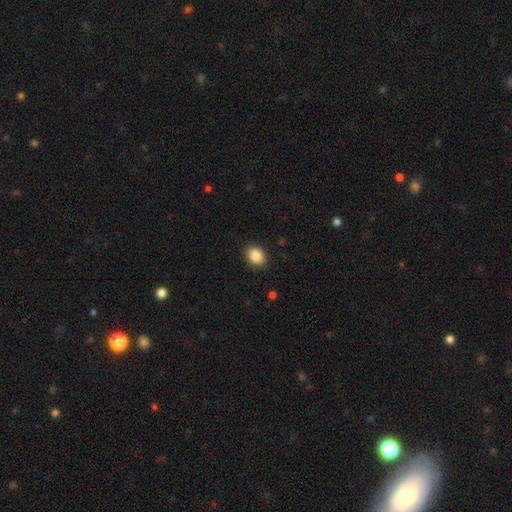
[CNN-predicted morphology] The model was most divided on "how rounded": in between: 67%, round: 32%, cigar-shaped: 1%. More confident: merging — none (88%); smooth or featured — smooth (87%).